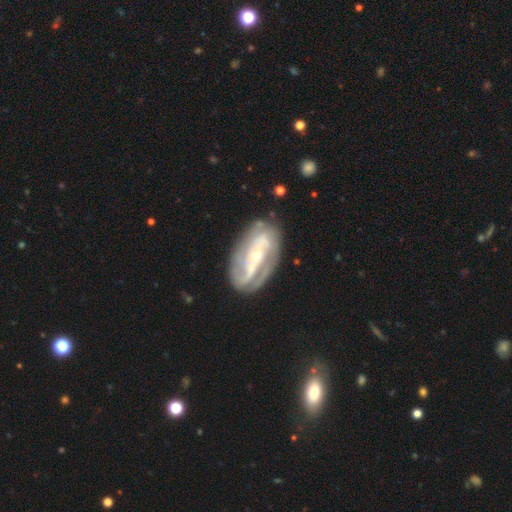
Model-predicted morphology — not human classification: The model was most divided on "spiral winding": tight: 43%, medium: 37%, loose: 21%. Remaining: edge-on disk — no (93%); spiral arms — yes (89%); smooth or featured — featured or disk (84%); merging — none (71%); spiral arm count — 2 (63%); bulge size — small (62%); bar — strong (44%).